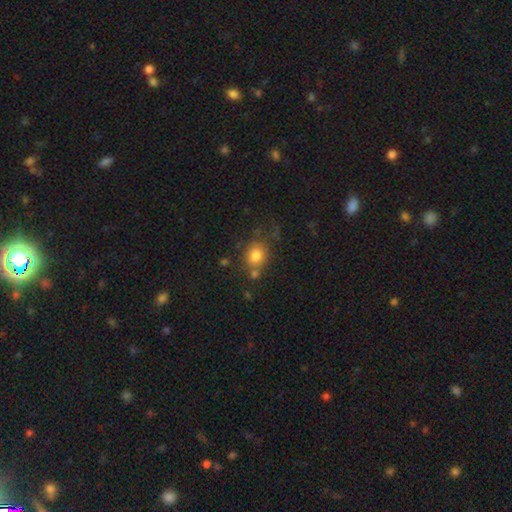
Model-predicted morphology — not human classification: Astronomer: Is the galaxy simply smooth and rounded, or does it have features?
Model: smooth — 81%.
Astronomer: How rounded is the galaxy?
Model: round — 70%.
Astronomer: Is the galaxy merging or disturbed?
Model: none — 60%.